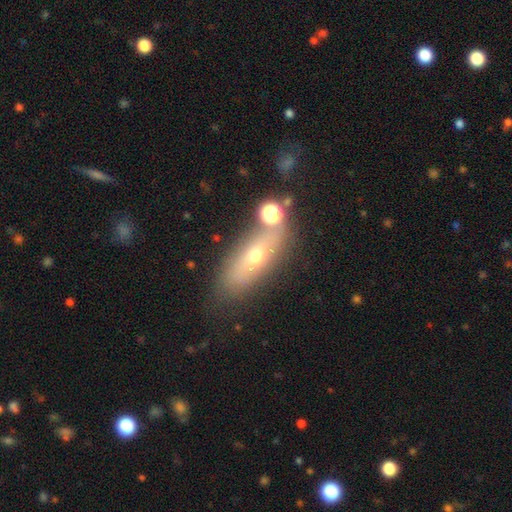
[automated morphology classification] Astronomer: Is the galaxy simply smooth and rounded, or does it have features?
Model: smooth — 47% (runner-up: featured or disk, 41%).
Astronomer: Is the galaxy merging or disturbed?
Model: none — 66%.